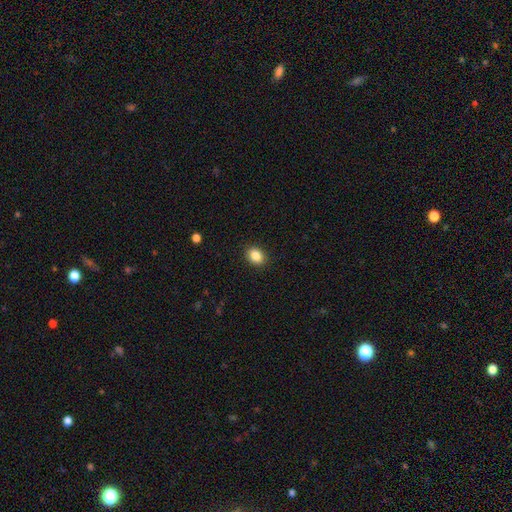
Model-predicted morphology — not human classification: smooth_or_featured: smooth (p=0.86) [alt: star or artifact p=0.09]
how_rounded: in between (p=0.62) [alt: round p=0.37]
merging: none (p=0.90) [alt: minor disturbance p=0.07]